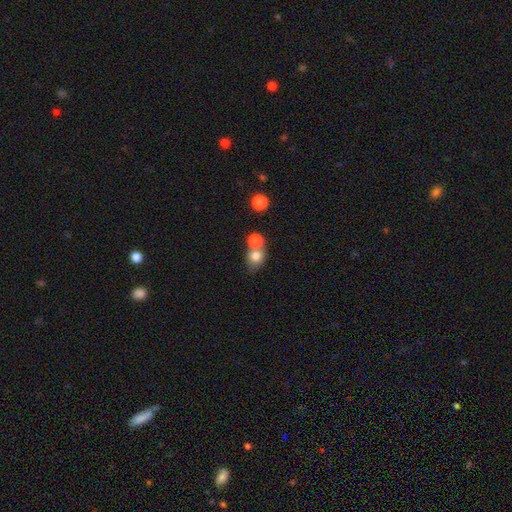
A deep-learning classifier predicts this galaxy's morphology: This appears to be a smooth galaxy with no disk features (78%) that is round (65%). Merging: merger (49%).